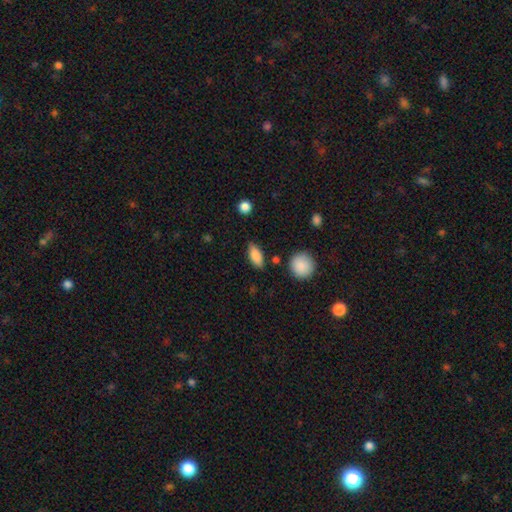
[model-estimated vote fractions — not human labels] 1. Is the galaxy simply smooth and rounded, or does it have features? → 83% smooth, 10% featured or disk, 7% star or artifact.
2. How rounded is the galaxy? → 83% in between, 12% cigar-shaped, 5% round.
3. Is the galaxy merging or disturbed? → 80% none, 13% minor disturbance, 3% major disturbance, 3% merger.